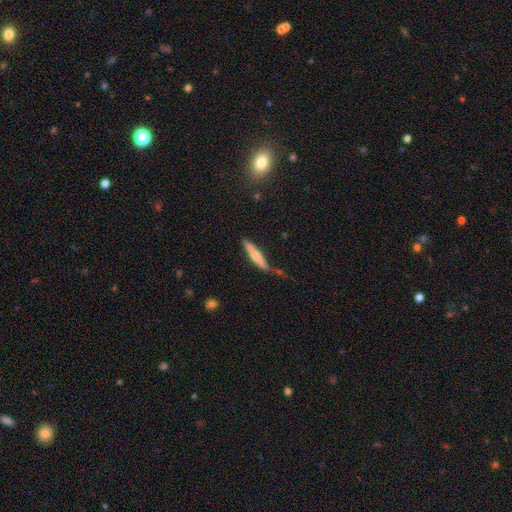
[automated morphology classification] smooth 55%, featured or disk 39%, star or artifact 6%. Down the decision tree: how rounded — cigar-shaped (90%); merging — none (59%).